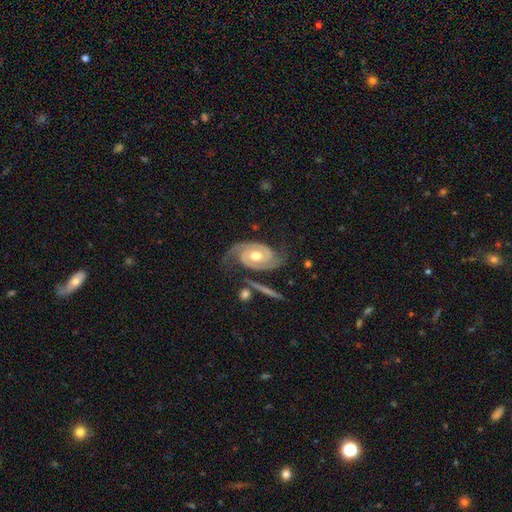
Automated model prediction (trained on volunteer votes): A featured or disk galaxy (91%) with no bar (65%), 2 (92%) tight (53%) spiral arms (98%) and a moderate central bulge (80%).

Vote fractions:
- Smooth or featured? featured or disk: 91% / smooth: 5% / star or artifact: 4%
- Edge-on disk? no: 97% / yes: 3%
- Bar? no: 65% / weak: 24% / strong: 10%
- Spiral arms? yes: 98% / no: 2%
- Spiral winding? tight: 53% / medium: 38% / loose: 9%
- Spiral arm count? 2: 92% / can't tell: 2% / 3: 2% / 1: 1% / 4: 1% / more than 4: 1%
- Bulge size? moderate: 80% / small: 11% / large: 7% / none: 1% / dominant: 1%
- Merging? none: 73% / minor disturbance: 17% / major disturbance: 7% / merger: 3%